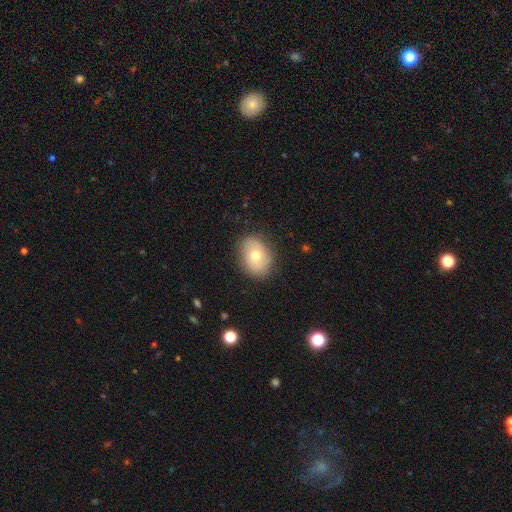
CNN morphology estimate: The model was most divided on "how rounded": in between: 64%, round: 35%, cigar-shaped: 1%. More confident: merging — none (81%); smooth or featured — smooth (68%).